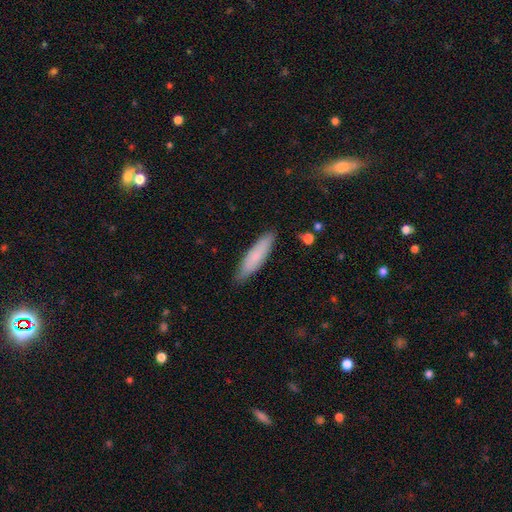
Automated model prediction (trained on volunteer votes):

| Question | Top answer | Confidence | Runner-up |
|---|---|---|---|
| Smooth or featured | smooth | 78% | featured or disk (16%) |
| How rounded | cigar-shaped | 72% | in between (26%) |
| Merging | none | 85% | minor disturbance (12%) |